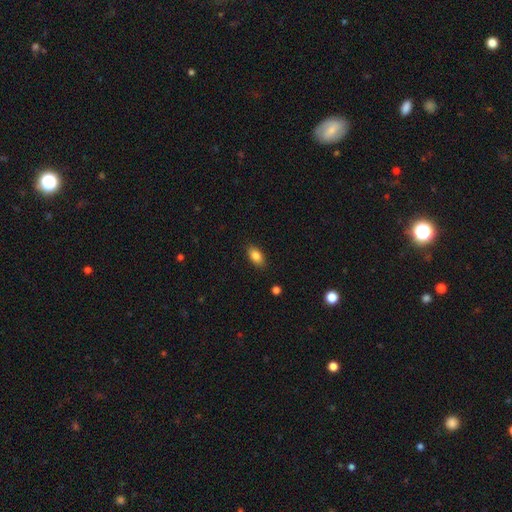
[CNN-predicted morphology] Smooth or featured?
  - smooth: 85% *
  - star or artifact: 8%
  - featured or disk: 7%
How rounded?
  - in between: 90% *
  - round: 6%
  - cigar-shaped: 4%
Merging?
  - none: 88% *
  - minor disturbance: 9%
  - major disturbance: 2%
  - merger: 1%